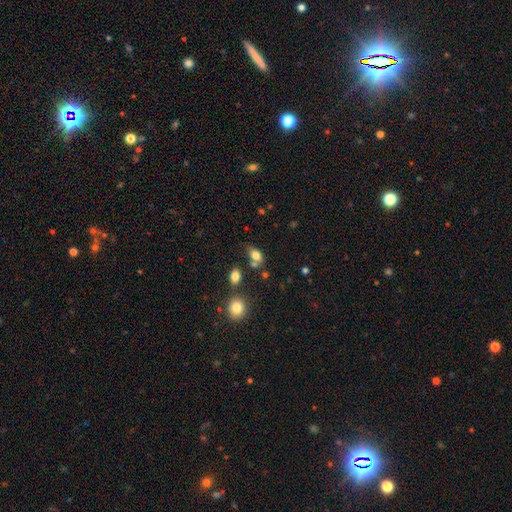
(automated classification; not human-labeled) smooth_or_featured: smooth (p=0.80) [alt: star or artifact p=0.10]
how_rounded: in between (p=0.84) [alt: round p=0.14]
merging: none (p=0.56) [alt: merger p=0.21]